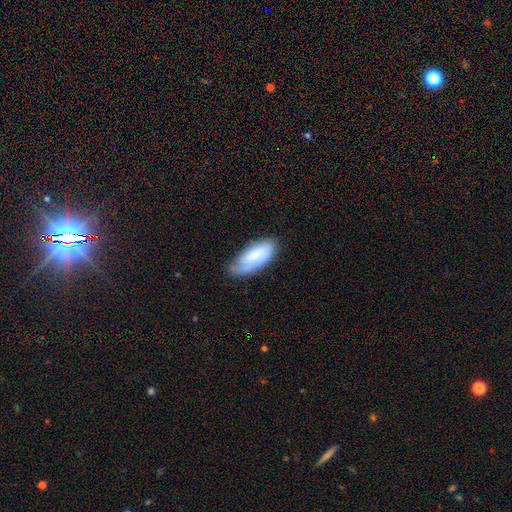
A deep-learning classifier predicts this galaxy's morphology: Overall: smooth (73%). How rounded: in between (87%). Merging: none (58%; minor disturbance 32%).